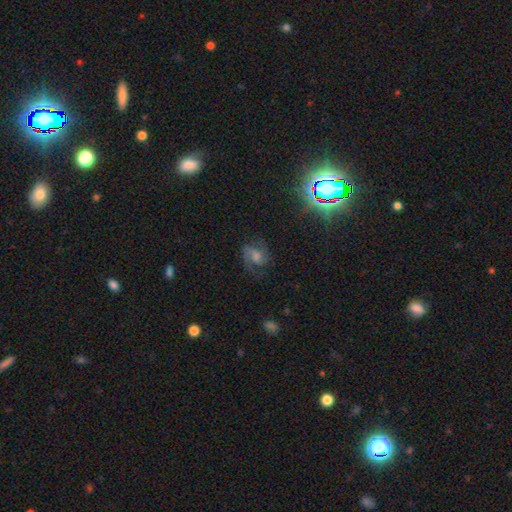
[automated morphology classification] A featured or disk galaxy (55%) with no bar (46%), spiral arms (90%) and a moderate central bulge (45%).

Vote fractions:
- Smooth or featured? featured or disk: 55% / star or artifact: 24% / smooth: 21%
- Edge-on disk? no: 96% / yes: 4%
- Bar? no: 46% / weak: 40% / strong: 14%
- Spiral arms? yes: 90% / no: 10%
- Bulge size? moderate: 45% / small: 27% / large: 13% / none: 11% / dominant: 2%
- Merging? none: 68% / minor disturbance: 18% / major disturbance: 12% / merger: 2%